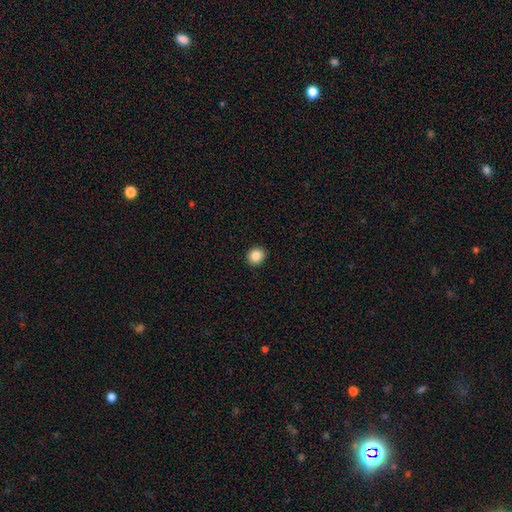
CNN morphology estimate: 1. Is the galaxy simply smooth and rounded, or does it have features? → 86% smooth, 10% star or artifact, 4% featured or disk.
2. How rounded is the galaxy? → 79% round, 20% in between, 1% cigar-shaped.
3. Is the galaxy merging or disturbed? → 92% none, 5% minor disturbance, 2% major disturbance, 1% merger.